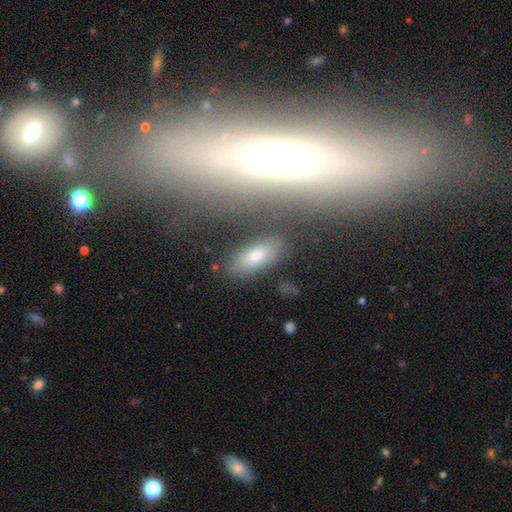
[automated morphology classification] This appears to be a smooth galaxy with no disk features (72%) that is in between round and cigar-shaped (80%). Merging: none (82%).